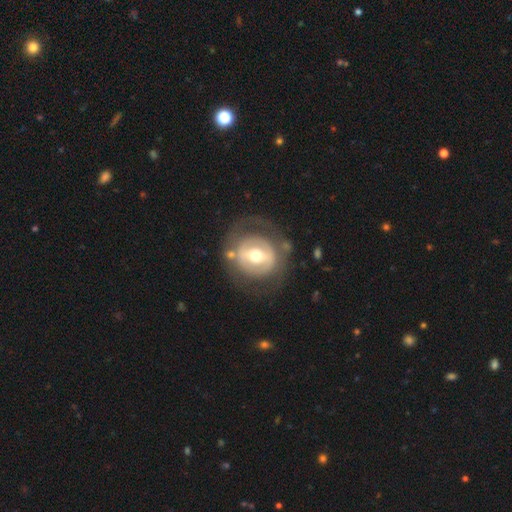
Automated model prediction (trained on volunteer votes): Smooth or featured? featured or disk (66%)
Edge-on disk? no (95%)
Bar? strong (39%)
Spiral arms? no (70%)
Bulge size? moderate (71%)
Merging? none (69%)